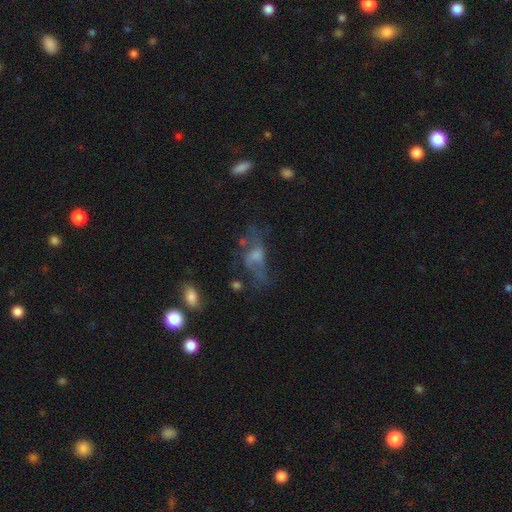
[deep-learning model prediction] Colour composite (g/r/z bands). It shows a featured or disk galaxy (48%). Merging: none (50%).